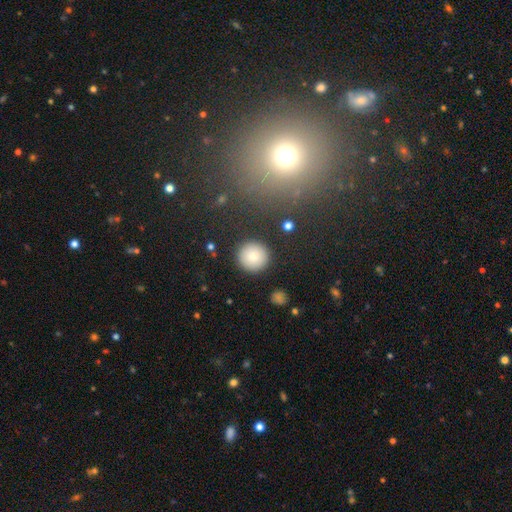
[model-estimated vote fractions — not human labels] Smooth or featured? smooth (78%)
How rounded? round (93%)
Merging? none (91%)